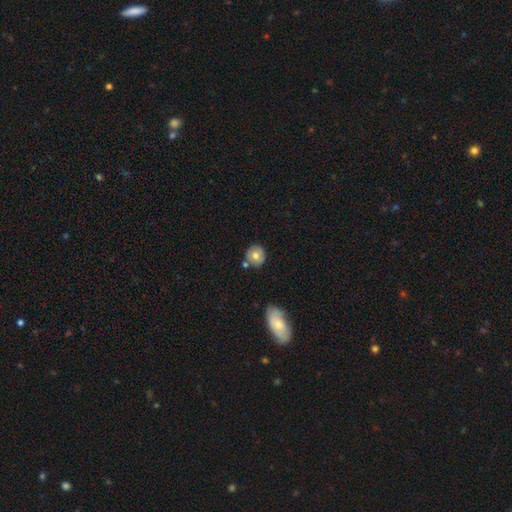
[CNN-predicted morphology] Overall: smooth (71%). How rounded: round (90%). Merging: none (76%).